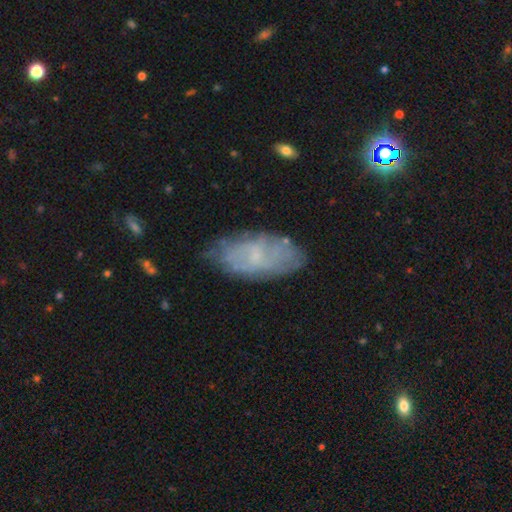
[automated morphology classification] Smooth or featured? Predicted: featured or disk (p=0.51). Edge-on disk? Predicted: no (p=0.90). Merging? Predicted: none (p=0.69).